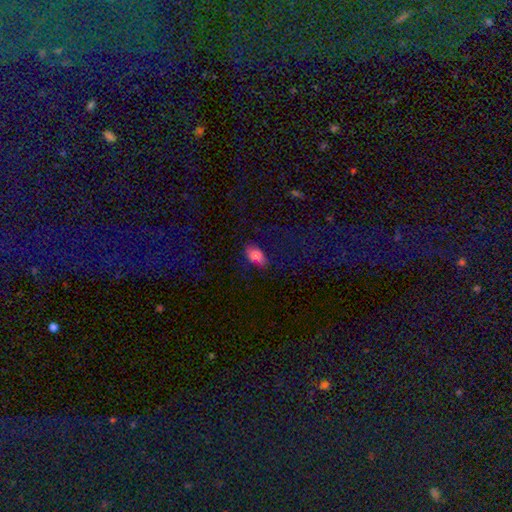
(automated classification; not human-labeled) The model was most divided on "merging": none: 73%, minor disturbance: 21%, major disturbance: 4%, merger: 2%. More confident: how rounded — in between (89%); smooth or featured — smooth (78%).